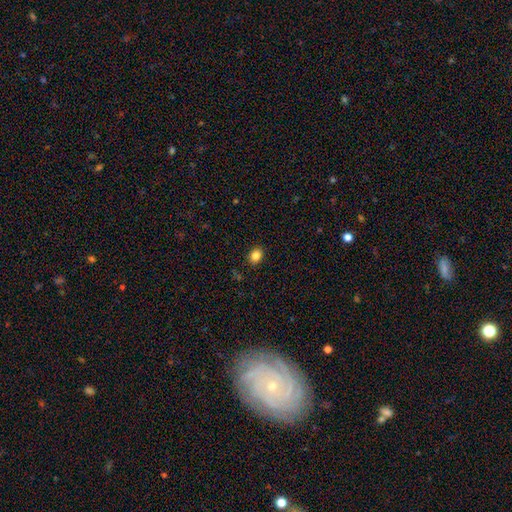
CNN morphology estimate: Smooth or featured: smooth — 85% (star or artifact — 11%)
How rounded: in between — 50% (round — 49%)
Merging: none — 90% (minor disturbance — 7%)